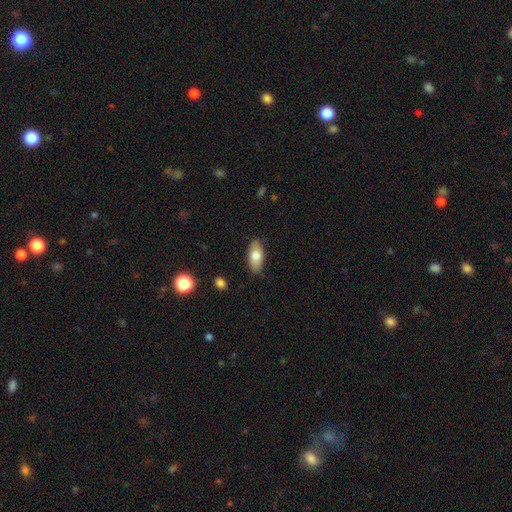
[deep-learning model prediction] Q: Smooth or featured?
A: smooth (76%); runner-up: featured or disk (17%)
Q: How rounded?
A: in between (88%); runner-up: cigar-shaped (8%)
Q: Merging?
A: none (82%); runner-up: minor disturbance (14%)